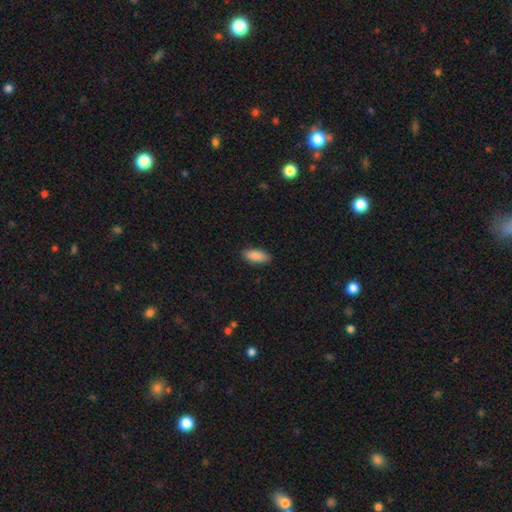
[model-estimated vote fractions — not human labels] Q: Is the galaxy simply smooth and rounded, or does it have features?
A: smooth — 89%.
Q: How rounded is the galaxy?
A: in between — 85%.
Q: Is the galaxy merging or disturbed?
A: none — 88%.